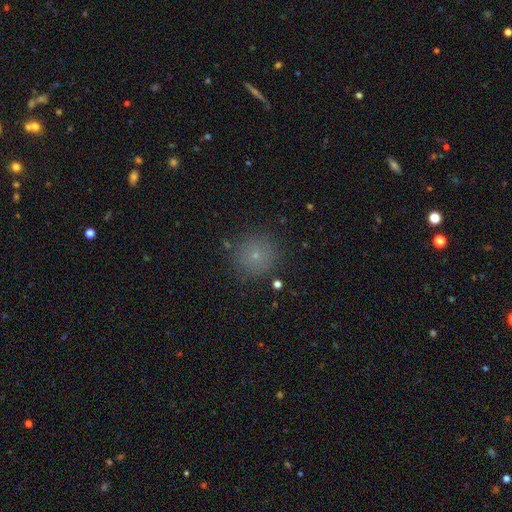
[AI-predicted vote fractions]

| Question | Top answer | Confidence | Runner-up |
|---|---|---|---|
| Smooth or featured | smooth | 71% | star or artifact (20%) |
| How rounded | round | 95% | in between (4%) |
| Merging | none | 88% | minor disturbance (8%) |